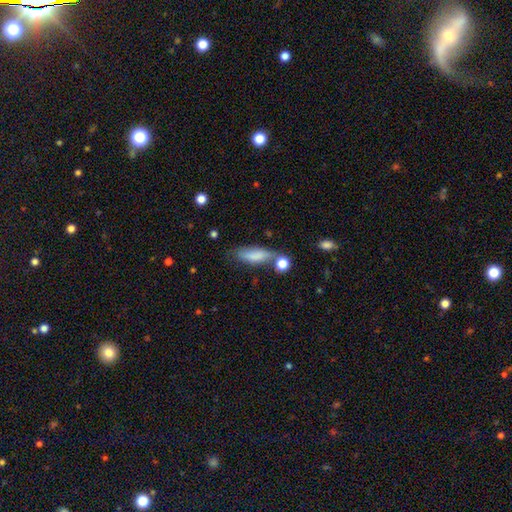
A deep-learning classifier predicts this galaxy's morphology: A smooth galaxy with no disk features (78%) that is in between round and cigar-shaped (55%).

Vote fractions:
- Smooth or featured? smooth: 78% / featured or disk: 14% / star or artifact: 8%
- How rounded? in between: 55% / cigar-shaped: 42% / round: 4%
- Merging? none: 54% / minor disturbance: 23% / merger: 15% / major disturbance: 9%